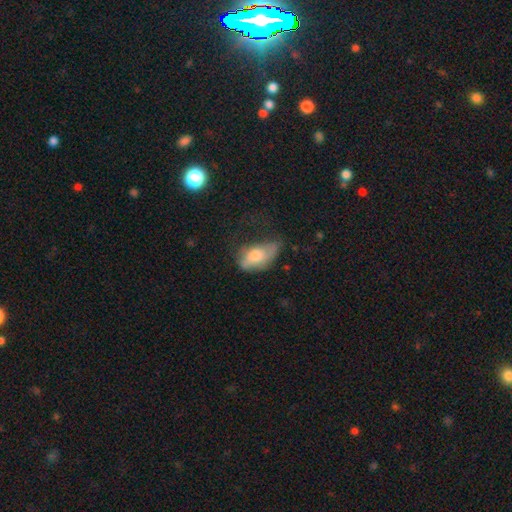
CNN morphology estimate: Smooth or featured: smooth — 65% (featured or disk — 27%)
How rounded: in between — 90% (round — 6%)
Merging: minor disturbance — 36% (none — 32%)